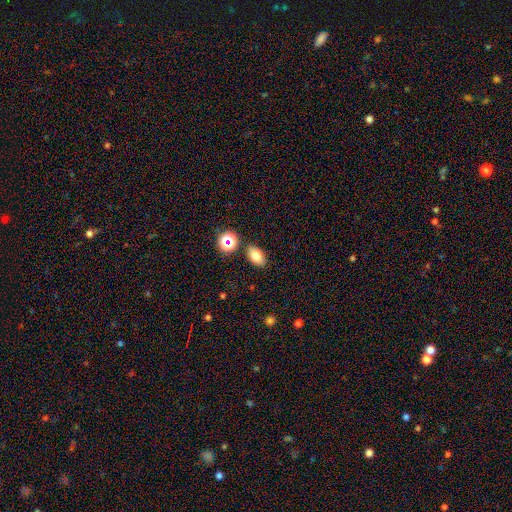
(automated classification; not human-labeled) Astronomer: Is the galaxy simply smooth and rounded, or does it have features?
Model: smooth — 76%.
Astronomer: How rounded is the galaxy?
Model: in between — 85%.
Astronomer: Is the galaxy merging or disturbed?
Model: none — 83%.